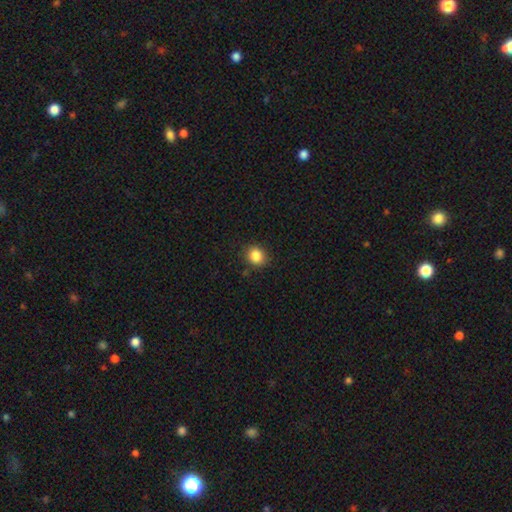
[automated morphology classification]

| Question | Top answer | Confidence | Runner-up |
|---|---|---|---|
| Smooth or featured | smooth | 86% | star or artifact (10%) |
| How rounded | round | 72% | in between (27%) |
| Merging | none | 86% | minor disturbance (10%) |